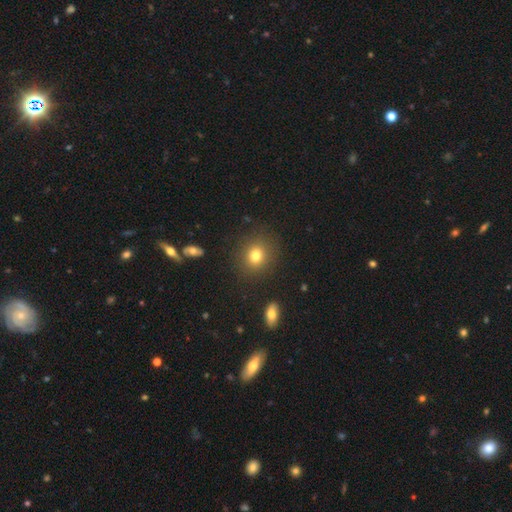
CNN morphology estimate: Smooth or featured?
  - smooth: 79% *
  - star or artifact: 13%
  - featured or disk: 9%
How rounded?
  - round: 76% *
  - in between: 22%
  - cigar-shaped: 1%
Merging?
  - none: 87% *
  - minor disturbance: 8%
  - major disturbance: 3%
  - merger: 2%